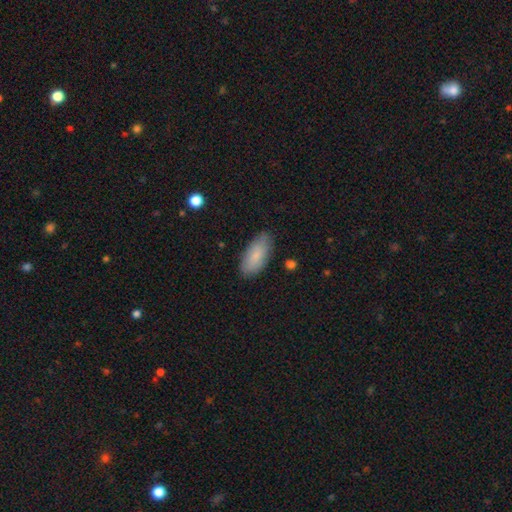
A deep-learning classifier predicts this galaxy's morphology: A smooth galaxy with no disk features (82%) that is in between round and cigar-shaped (90%).

Vote fractions:
- Smooth or featured? smooth: 82% / featured or disk: 12% / star or artifact: 6%
- How rounded? in between: 90% / cigar-shaped: 8% / round: 2%
- Merging? none: 83% / minor disturbance: 13% / major disturbance: 3% / merger: 1%